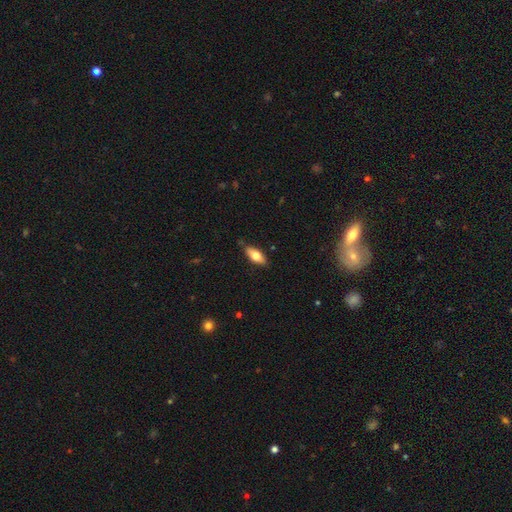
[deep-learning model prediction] smooth-or-featured: smooth: 65% | featured or disk: 29% | star or artifact: 6%
  how-rounded: in between: 76% | cigar-shaped: 21% | round: 3%
  merging: none: 82% | minor disturbance: 14% | major disturbance: 2% | merger: 1%